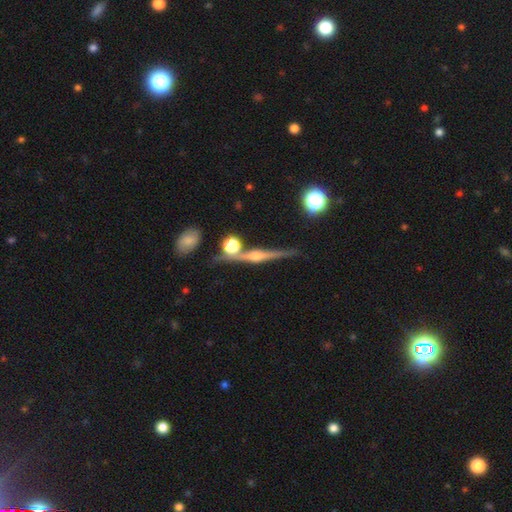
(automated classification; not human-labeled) The model was most divided on "smooth or featured": featured or disk: 80%, smooth: 12%, star or artifact: 8%. More confident: edge-on disk — yes (97%); edge-on bulge — rounded (86%); merging — none (79%).